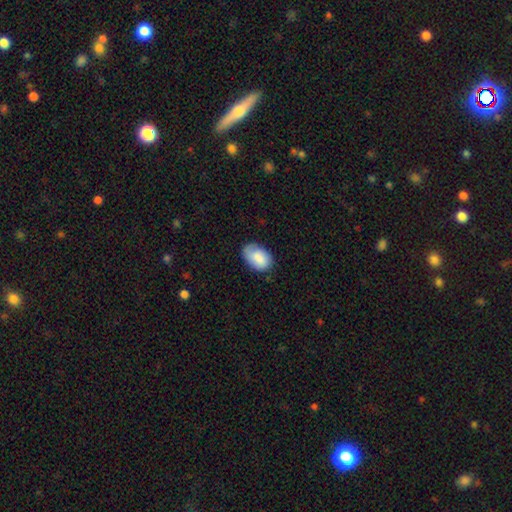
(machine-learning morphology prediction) smooth 83%, featured or disk 11%, star or artifact 6%. Down the decision tree: how rounded — in between (88%); merging — none (68%).